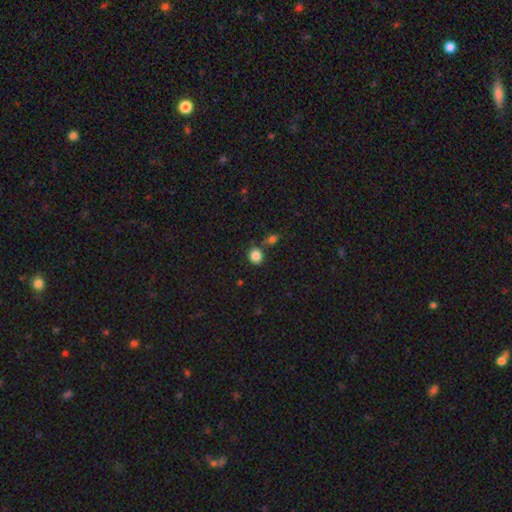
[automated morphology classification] Smooth or featured?
  - smooth: 85% *
  - star or artifact: 10%
  - featured or disk: 4%
How rounded?
  - round: 72% *
  - in between: 27%
  - cigar-shaped: 1%
Merging?
  - none: 75% *
  - merger: 12%
  - minor disturbance: 10%
  - major disturbance: 3%